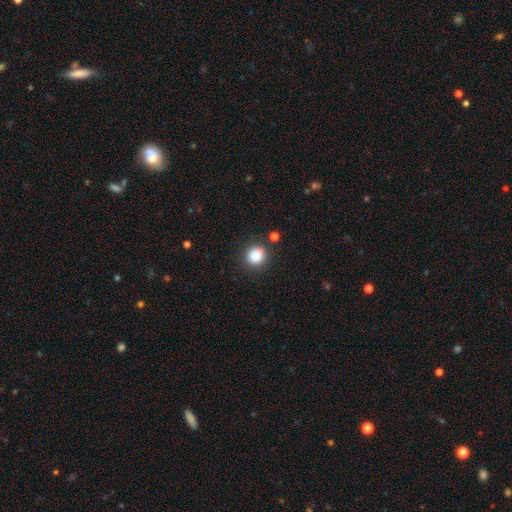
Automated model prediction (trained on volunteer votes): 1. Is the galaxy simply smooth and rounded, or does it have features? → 83% smooth, 11% star or artifact, 5% featured or disk.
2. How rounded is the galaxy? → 87% round, 13% in between, 1% cigar-shaped.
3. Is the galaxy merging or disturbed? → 78% none, 13% minor disturbance, 6% merger, 4% major disturbance.